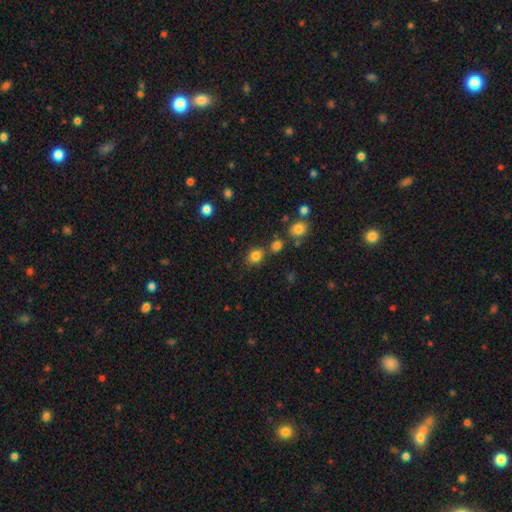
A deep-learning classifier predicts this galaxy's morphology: Smooth or featured: smooth — 82% (star or artifact — 13%)
How rounded: round — 65% (in between — 34%)
Merging: none — 71% (merger — 14%)